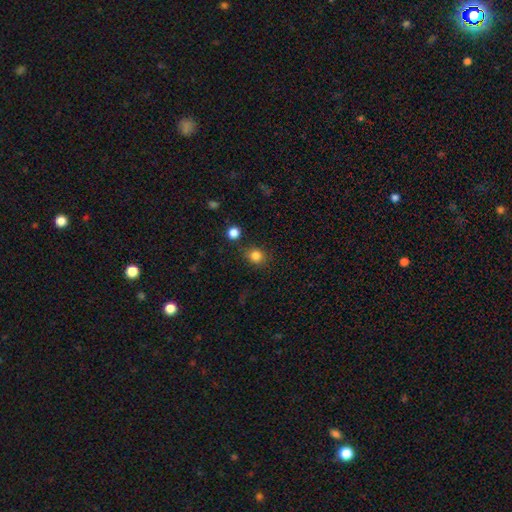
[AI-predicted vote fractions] Smooth or featured? Predicted: smooth (p=0.83). How rounded? Predicted: round (p=0.79). Merging? Predicted: none (p=0.82).